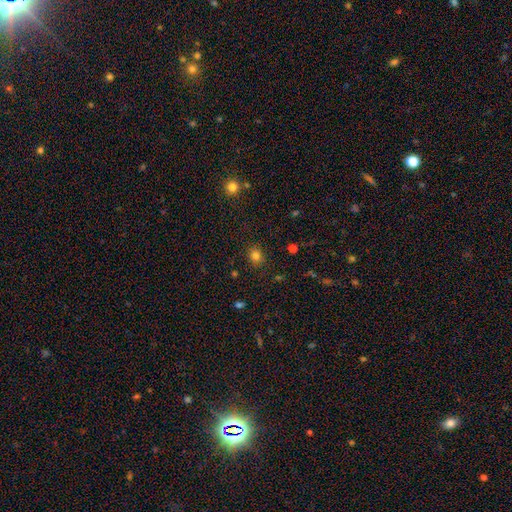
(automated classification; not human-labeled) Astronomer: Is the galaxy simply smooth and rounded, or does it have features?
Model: smooth — 80%.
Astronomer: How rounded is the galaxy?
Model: round — 77%.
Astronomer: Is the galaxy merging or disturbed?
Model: none — 88%.